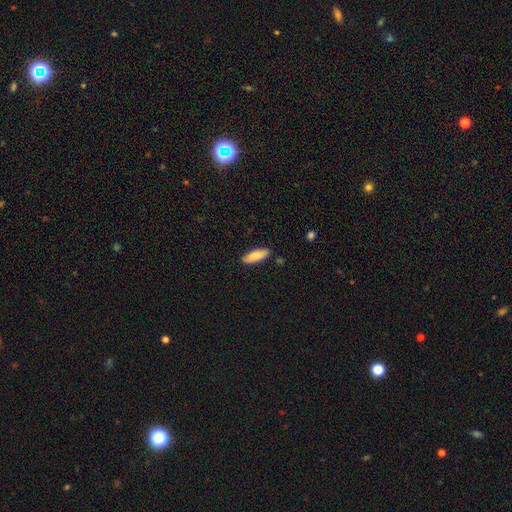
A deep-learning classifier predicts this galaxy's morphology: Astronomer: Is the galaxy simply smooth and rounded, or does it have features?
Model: smooth — 83%.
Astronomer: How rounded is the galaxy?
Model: in between — 60% (runner-up: cigar-shaped, 38%).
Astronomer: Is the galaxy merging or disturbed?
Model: none — 86%.